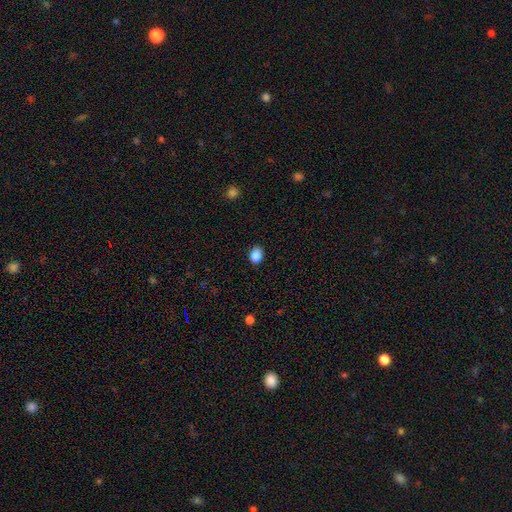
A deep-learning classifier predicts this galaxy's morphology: Smooth or featured: smooth — 88% (star or artifact — 9%)
How rounded: in between — 57% (round — 42%)
Merging: none — 87% (minor disturbance — 10%)